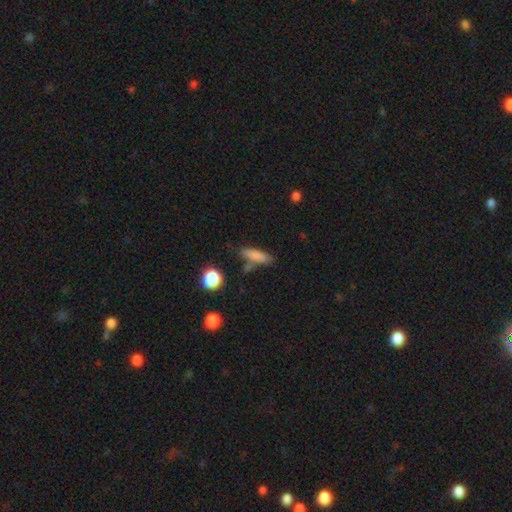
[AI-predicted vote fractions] This is likely a smooth galaxy (80%). How rounded: likely cigar-shaped (63%). Merging: likely none (65%).